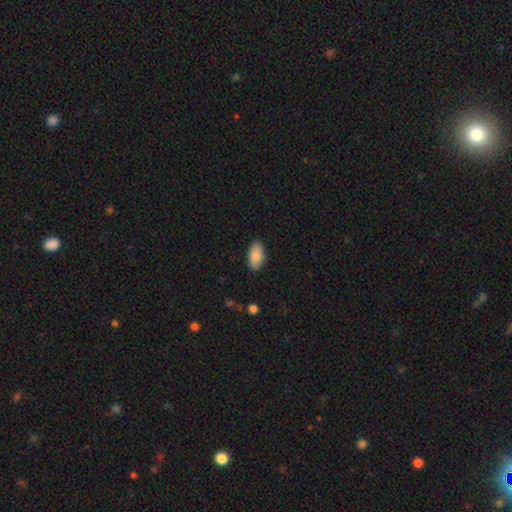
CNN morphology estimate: Smooth or featured: smooth — 87% (featured or disk — 7%)
How rounded: in between — 95% (cigar-shaped — 3%)
Merging: none — 87% (minor disturbance — 10%)